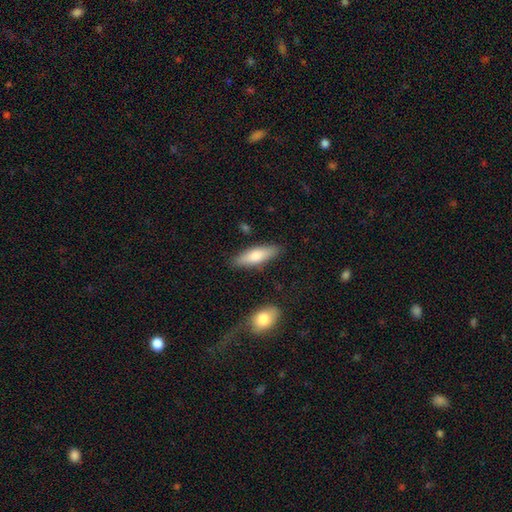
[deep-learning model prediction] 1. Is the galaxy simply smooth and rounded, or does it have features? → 71% smooth, 24% featured or disk, 6% star or artifact.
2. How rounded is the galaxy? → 51% in between, 47% cigar-shaped, 2% round.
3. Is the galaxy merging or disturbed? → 84% none, 11% minor disturbance, 3% merger, 2% major disturbance.